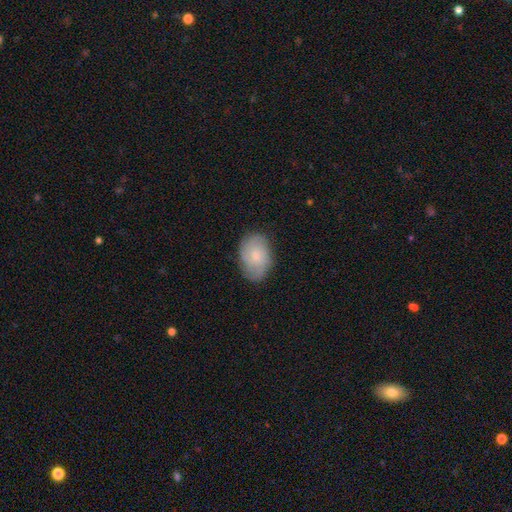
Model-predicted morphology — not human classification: Q: Smooth or featured?
A: smooth (57%); runner-up: featured or disk (36%)
Q: How rounded?
A: in between (83%); runner-up: round (16%)
Q: Merging?
A: none (75%); runner-up: minor disturbance (20%)